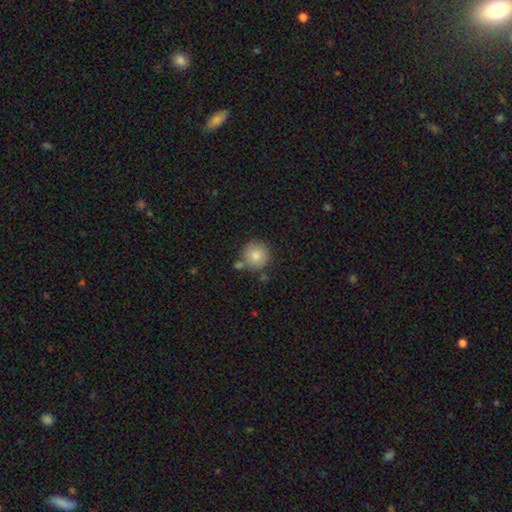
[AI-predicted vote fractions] The model was most divided on "merging": none: 71%, merger: 13%, minor disturbance: 12%, major disturbance: 4%. More confident: how rounded — round (94%); smooth or featured — smooth (83%).